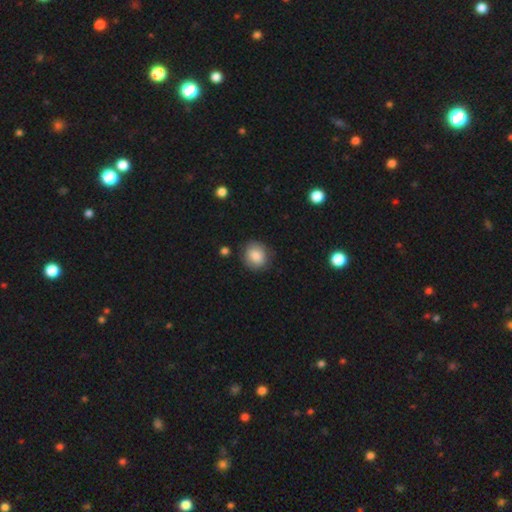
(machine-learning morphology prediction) type=smooth (81%); roundness=round (78%); merging=none (82%).